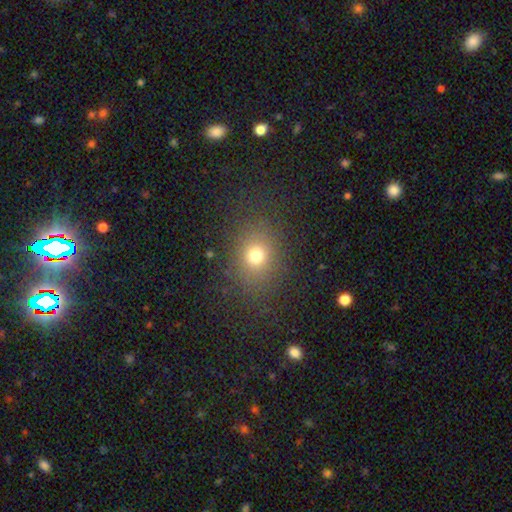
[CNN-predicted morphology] smooth-or-featured: smooth: 72% | star or artifact: 18% | featured or disk: 10%
  how-rounded: round: 58% | in between: 40% | cigar-shaped: 1%
  merging: none: 81% | minor disturbance: 10% | major disturbance: 7% | merger: 2%